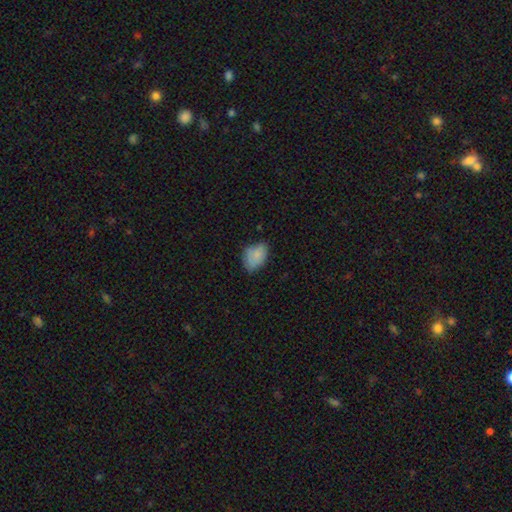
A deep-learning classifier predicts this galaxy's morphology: This is clearly a smooth galaxy (81%). How rounded: clearly in between (85%). Merging: possibly none (56%).